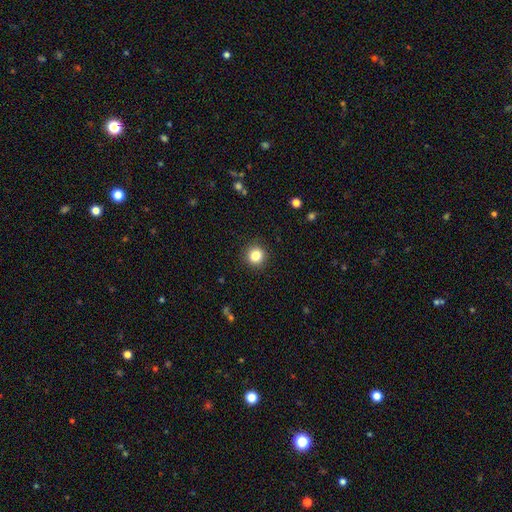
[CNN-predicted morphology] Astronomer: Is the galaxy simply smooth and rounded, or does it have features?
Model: smooth — 85%.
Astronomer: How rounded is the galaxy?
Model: round — 92%.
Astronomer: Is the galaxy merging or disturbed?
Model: none — 91%.